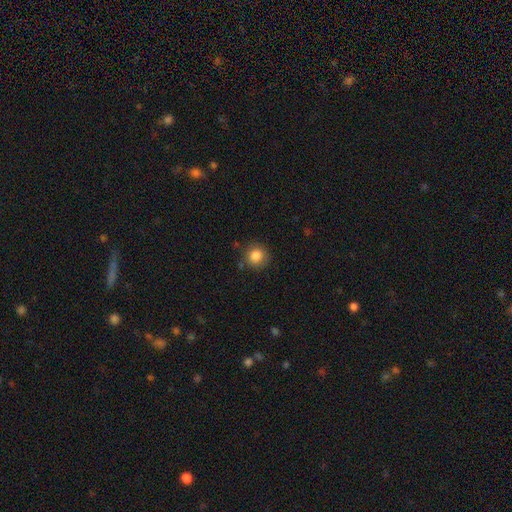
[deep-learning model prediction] smooth-or-featured: smooth: 84% | star or artifact: 10% | featured or disk: 6%
  how-rounded: round: 91% | in between: 8% | cigar-shaped: 1%
  merging: none: 82% | minor disturbance: 12% | major disturbance: 3% | merger: 2%